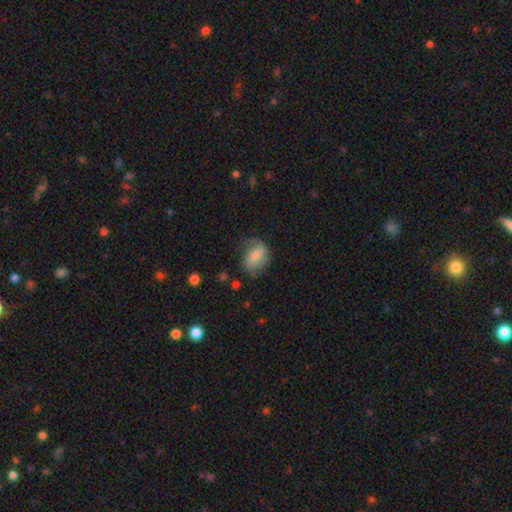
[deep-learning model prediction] This is possibly a smooth galaxy (53%). How rounded: likely in between (69%). Merging: possibly none (48%).